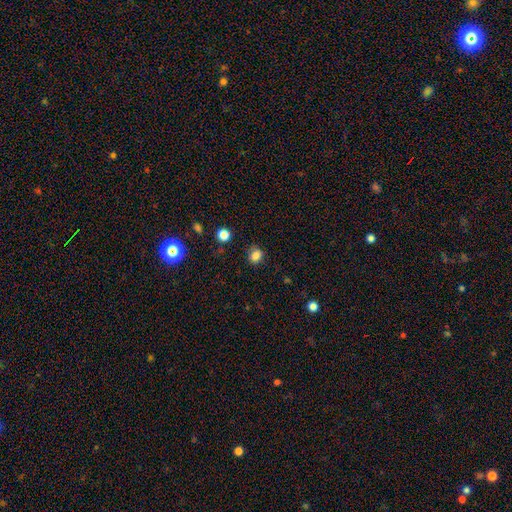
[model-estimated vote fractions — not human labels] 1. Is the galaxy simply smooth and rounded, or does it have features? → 82% smooth, 13% star or artifact, 5% featured or disk.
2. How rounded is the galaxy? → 62% round, 37% in between, 1% cigar-shaped.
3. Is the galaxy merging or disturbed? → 79% none, 15% minor disturbance, 4% major disturbance, 2% merger.